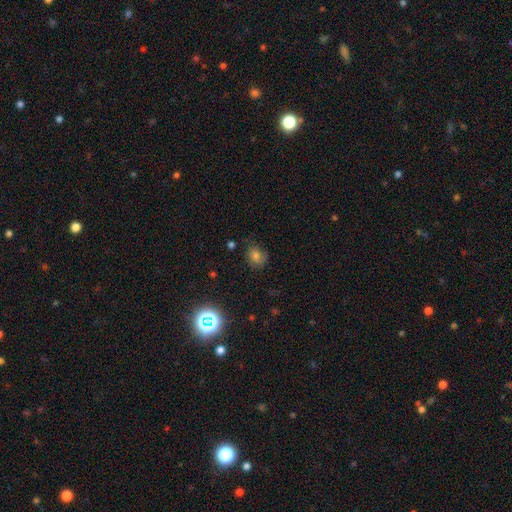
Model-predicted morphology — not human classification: Smooth or featured: smooth — 68% (star or artifact — 19%)
How rounded: round — 68% (in between — 31%)
Merging: none — 72% (minor disturbance — 20%)